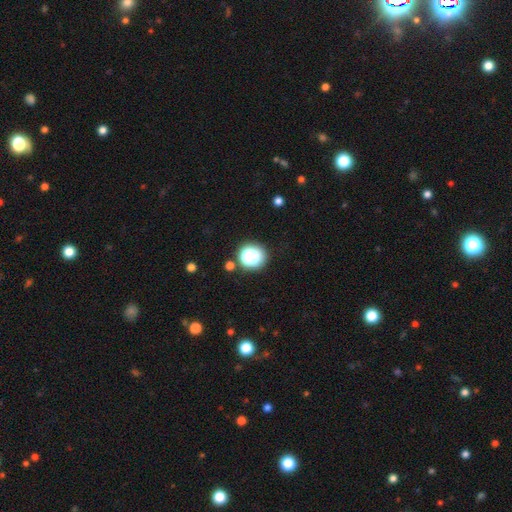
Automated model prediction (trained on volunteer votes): The model was most divided on "smooth or featured": smooth: 65%, star or artifact: 25%, featured or disk: 11%. More confident: how rounded — round (87%); merging — none (74%).